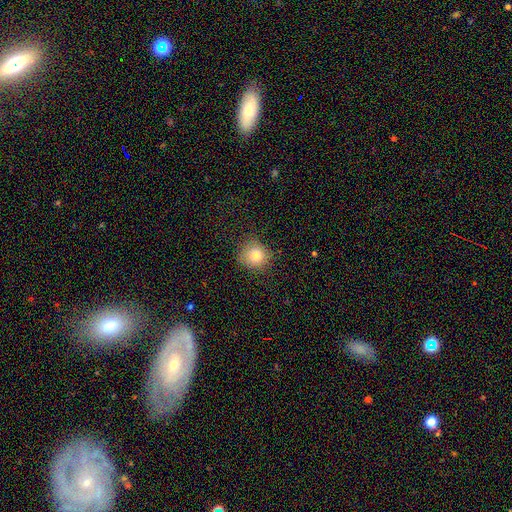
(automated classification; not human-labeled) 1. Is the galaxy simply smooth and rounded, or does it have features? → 78% smooth, 12% star or artifact, 9% featured or disk.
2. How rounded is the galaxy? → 88% round, 11% in between, 1% cigar-shaped.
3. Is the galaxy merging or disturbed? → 79% none, 15% minor disturbance, 5% major disturbance, 1% merger.